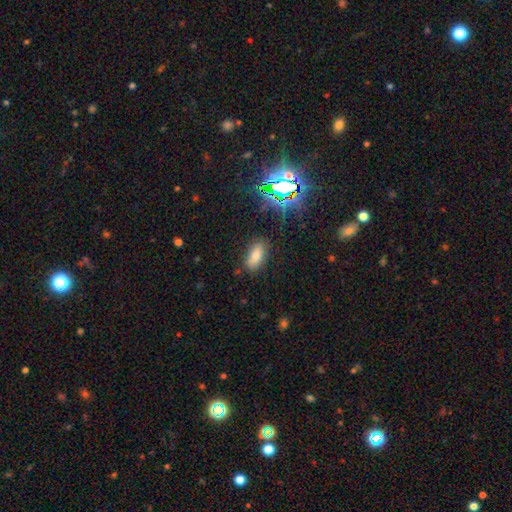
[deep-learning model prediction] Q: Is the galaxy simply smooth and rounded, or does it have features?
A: smooth — 74%.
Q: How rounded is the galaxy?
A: in between — 88%.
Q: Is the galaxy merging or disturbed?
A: none — 80%.